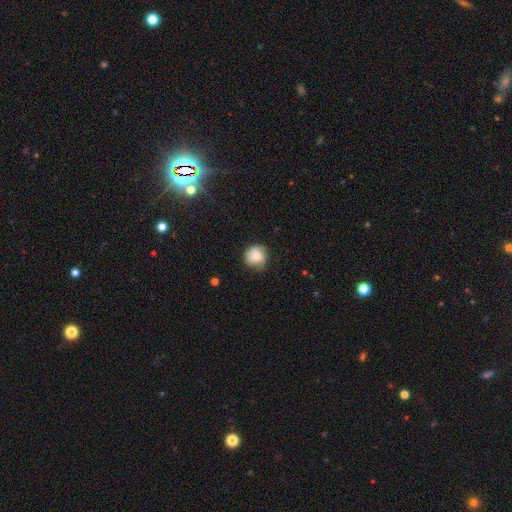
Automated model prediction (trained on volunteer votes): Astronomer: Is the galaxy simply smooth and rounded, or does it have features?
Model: smooth — 79%.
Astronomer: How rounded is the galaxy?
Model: round — 88%.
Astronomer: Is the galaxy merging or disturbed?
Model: none — 68%.